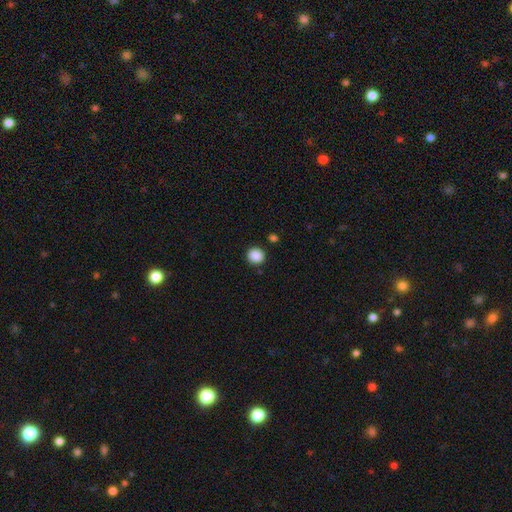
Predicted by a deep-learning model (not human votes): A smooth galaxy with no disk features (88%) that is round (90%). Merging: none (89%).